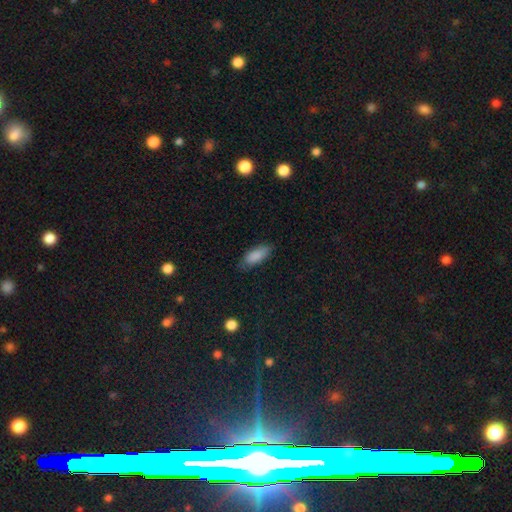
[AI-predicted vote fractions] Smooth or featured? Predicted: smooth (p=0.87). How rounded? Predicted: in between (p=0.79). Merging? Predicted: none (p=0.77).